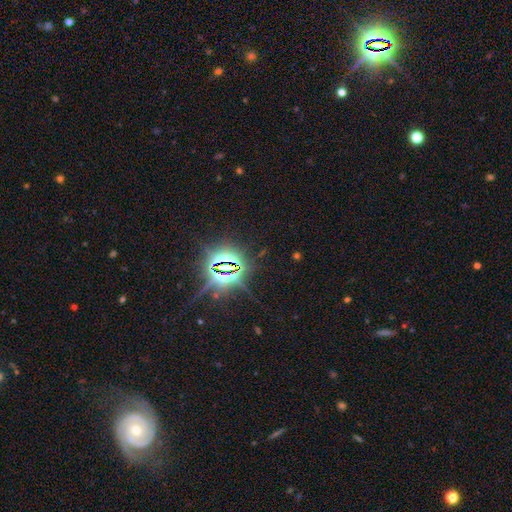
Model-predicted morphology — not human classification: A star or artifact, not a galaxy (86%).